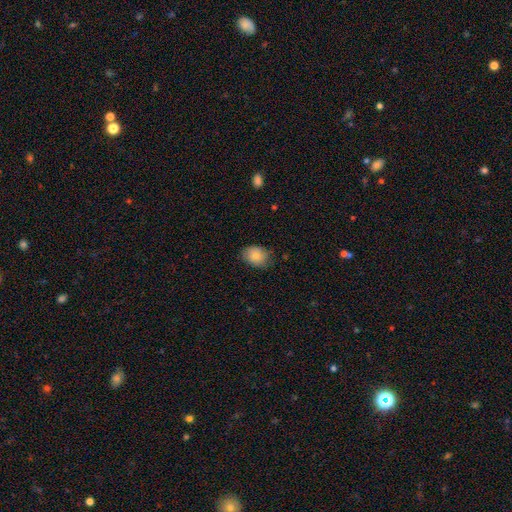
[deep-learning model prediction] Morphology: type=smooth (84%); roundness=in between (65%); merging=none (77%).